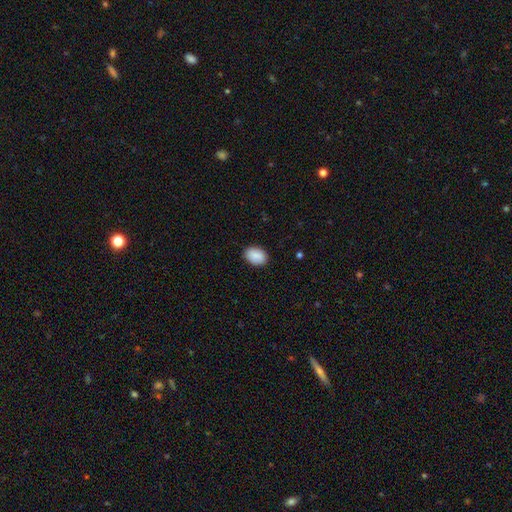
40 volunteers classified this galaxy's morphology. type=smooth (90%); roundness=in between (92%); merging=none (89%).